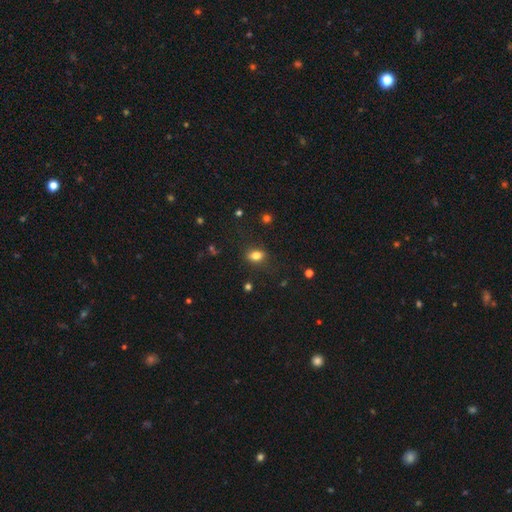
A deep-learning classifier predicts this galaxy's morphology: type=smooth (80%); roundness=in between (74%); merging=none (81%).